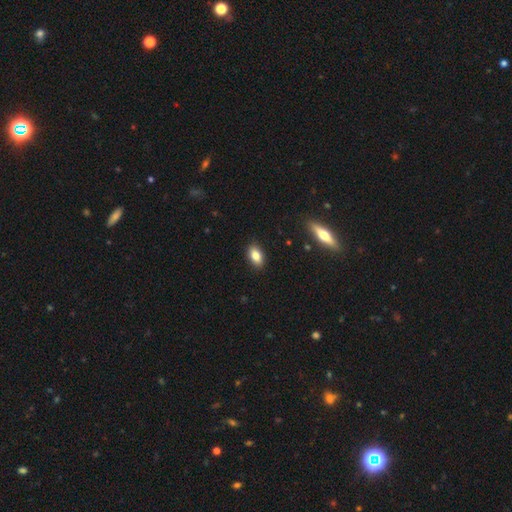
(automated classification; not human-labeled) This appears to be a smooth galaxy with no disk features (81%) that is in between round and cigar-shaped (88%). Merging: none (89%).